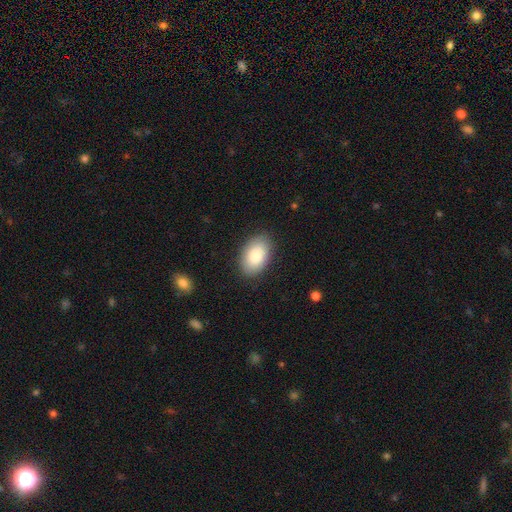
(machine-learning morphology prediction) type=smooth (84%); roundness=in between (92%); merging=none (87%).